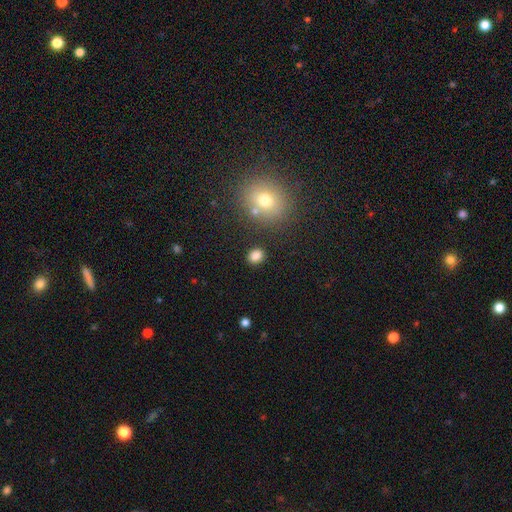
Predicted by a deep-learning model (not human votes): A smooth galaxy with no disk features (84%) that is round (57%). Merging: none (85%).